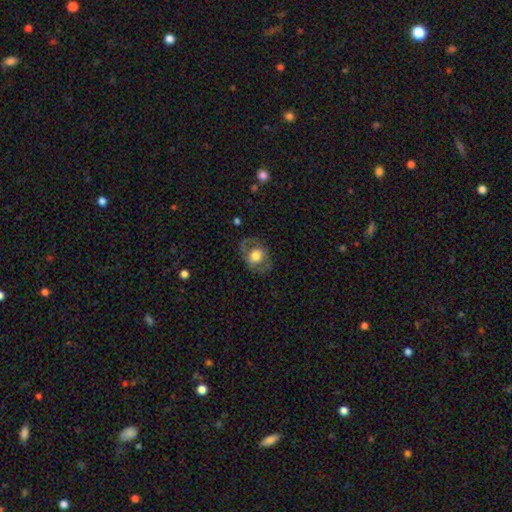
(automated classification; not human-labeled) Morphology: type=smooth (53%); roundness=round (53%); merging=none (73%).